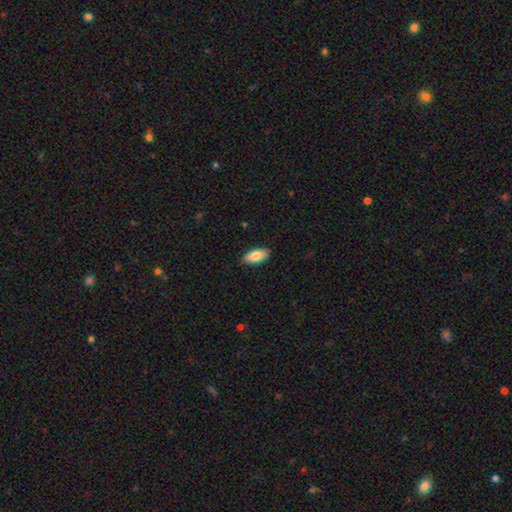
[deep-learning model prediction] smooth 86%, featured or disk 8%, star or artifact 6%. Down the decision tree: how rounded — in between (92%); merging — none (88%).